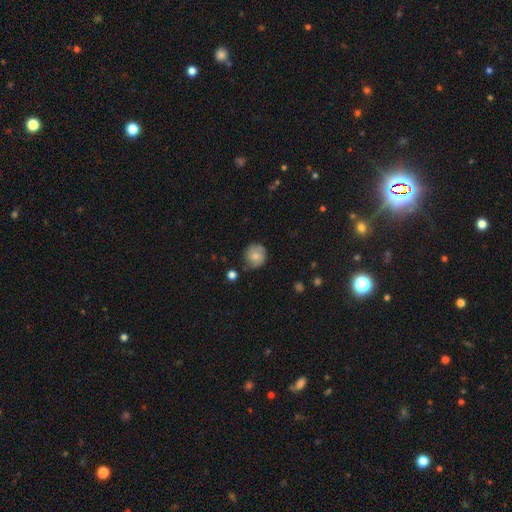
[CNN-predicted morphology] Smooth or featured?
  - smooth: 64% *
  - featured or disk: 27%
  - star or artifact: 8%
How rounded?
  - round: 89% *
  - in between: 10%
  - cigar-shaped: 1%
Merging?
  - none: 70% *
  - minor disturbance: 21%
  - major disturbance: 5%
  - merger: 3%